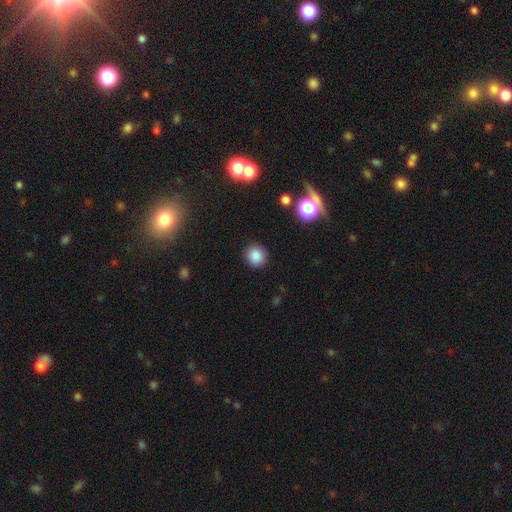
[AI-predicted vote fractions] Smooth or featured?
  - smooth: 85% *
  - star or artifact: 11%
  - featured or disk: 4%
How rounded?
  - round: 88% *
  - in between: 11%
  - cigar-shaped: 1%
Merging?
  - none: 90% *
  - minor disturbance: 6%
  - major disturbance: 2%
  - merger: 1%